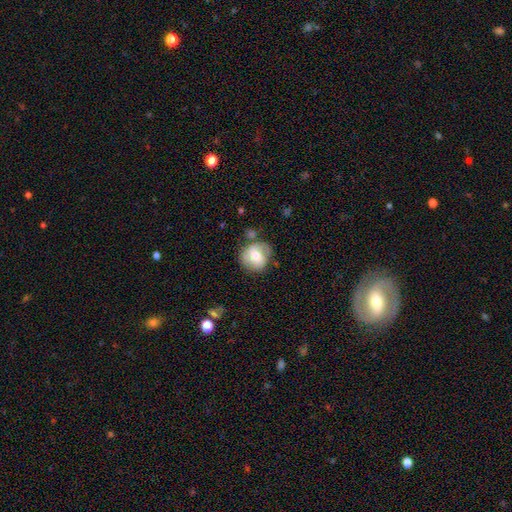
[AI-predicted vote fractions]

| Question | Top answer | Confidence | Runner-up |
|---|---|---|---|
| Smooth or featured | smooth | 47% | featured or disk (45%) |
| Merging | none | 62% | minor disturbance (22%) |